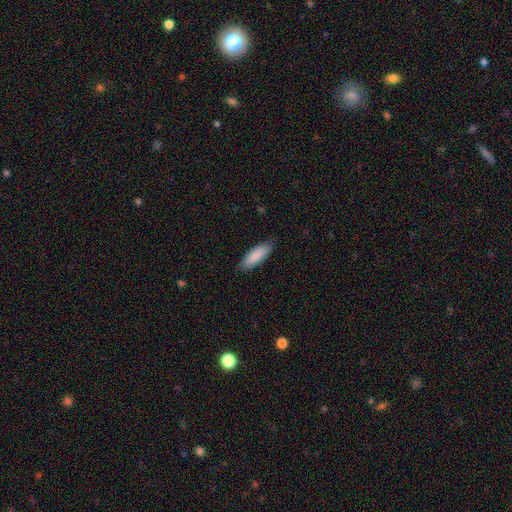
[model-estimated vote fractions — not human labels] Q: Smooth or featured?
A: smooth (88%); runner-up: featured or disk (7%)
Q: How rounded?
A: in between (60%); runner-up: cigar-shaped (39%)
Q: Merging?
A: none (86%); runner-up: minor disturbance (11%)